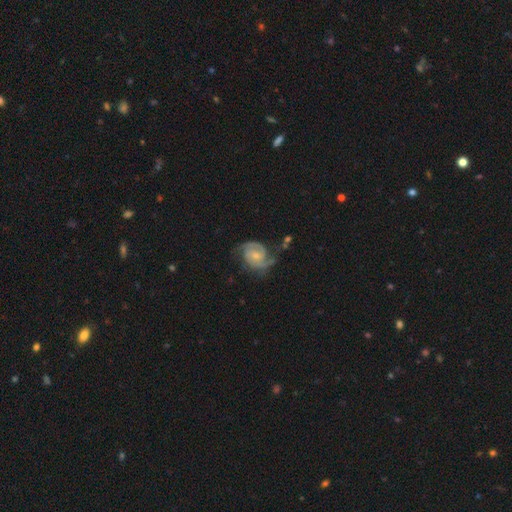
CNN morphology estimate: This is clearly a featured or disk galaxy (89%). It is clearly not viewed edge-on (98%). Bar: possibly no (58%). Spiral arm pattern: clearly yes (98%). Spiral arm count: clearly 2 (81%). Spiral winding: possibly medium (48%). Central bulge: likely small (63%). Merging: likely none (63%).